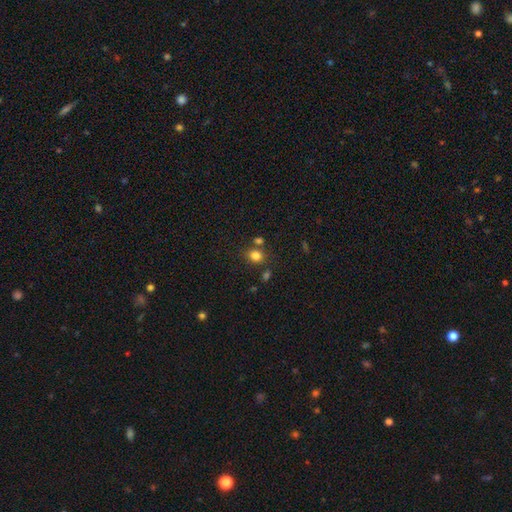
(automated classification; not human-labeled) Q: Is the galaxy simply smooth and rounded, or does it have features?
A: smooth — 80%.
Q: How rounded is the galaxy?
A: round — 62%.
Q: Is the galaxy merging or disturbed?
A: none — 71%.